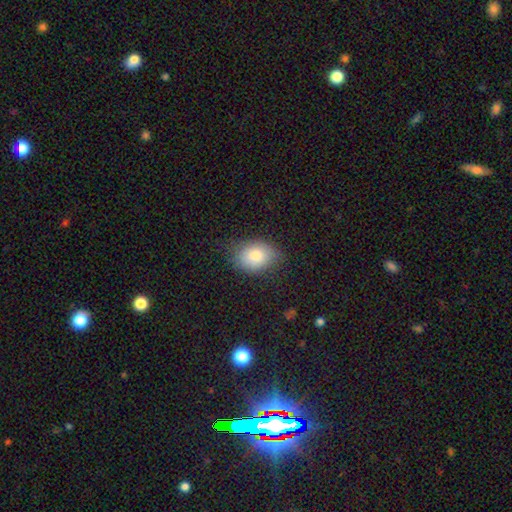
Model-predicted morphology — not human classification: A smooth galaxy with no disk features (80%) that is in between round and cigar-shaped (70%). Merging: none (74%).